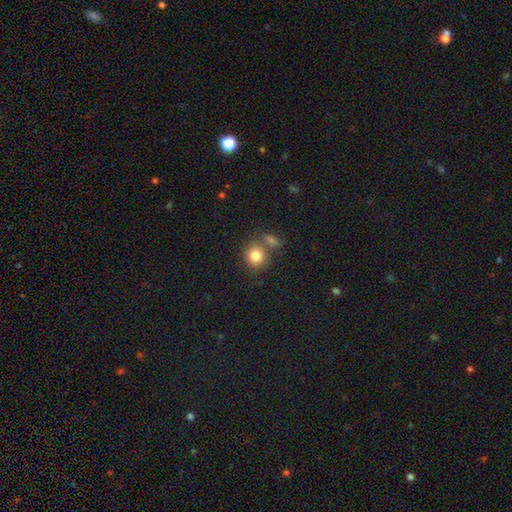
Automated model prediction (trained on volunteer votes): This appears to be a smooth galaxy with no disk features (83%) that is round (82%). Merging: none (57%).